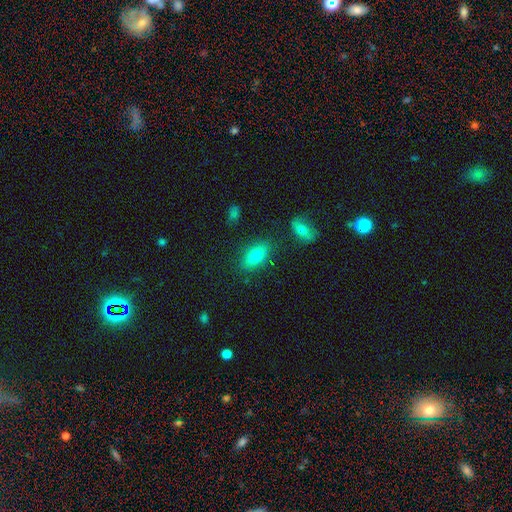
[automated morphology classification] Smooth or featured?
  - smooth: 78% *
  - featured or disk: 13%
  - star or artifact: 8%
How rounded?
  - in between: 86% *
  - cigar-shaped: 9%
  - round: 5%
Merging?
  - none: 81% *
  - minor disturbance: 11%
  - merger: 5%
  - major disturbance: 3%